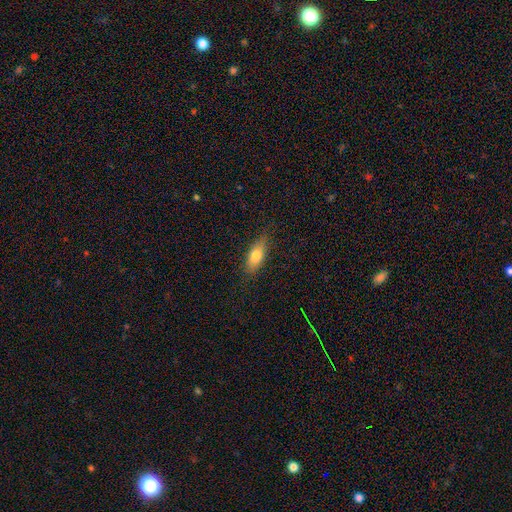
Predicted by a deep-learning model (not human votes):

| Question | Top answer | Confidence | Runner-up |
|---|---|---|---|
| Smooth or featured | smooth | 75% | featured or disk (18%) |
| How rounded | in between | 73% | cigar-shaped (23%) |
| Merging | none | 79% | minor disturbance (16%) |